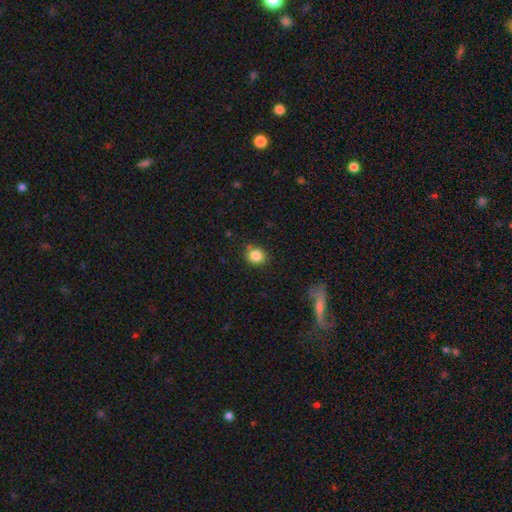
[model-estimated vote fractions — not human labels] Q: Smooth or featured?
A: smooth (85%); runner-up: star or artifact (10%)
Q: How rounded?
A: round (75%); runner-up: in between (24%)
Q: Merging?
A: none (81%); runner-up: minor disturbance (13%)